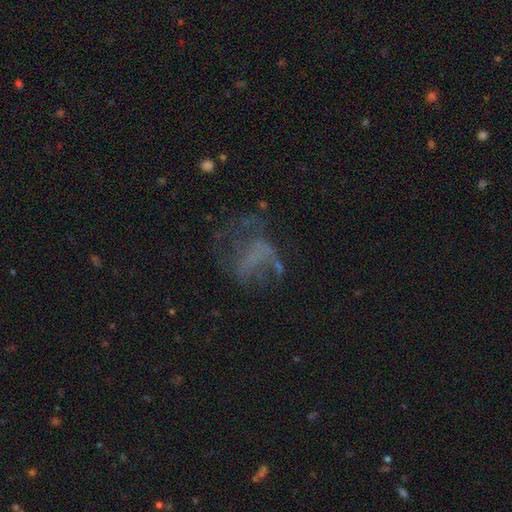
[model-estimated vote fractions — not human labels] Morphology: type=featured or disk (51%); edge-on=no (97%); merging=major disturbance (43%).